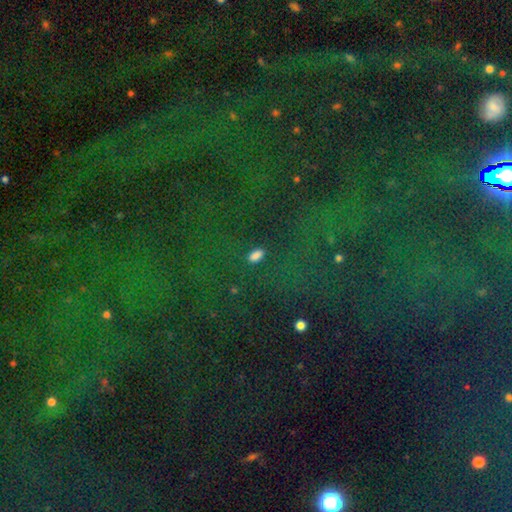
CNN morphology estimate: This appears to be a smooth galaxy with no disk features (77%) that is in between round and cigar-shaped (89%). Merging: none (85%).